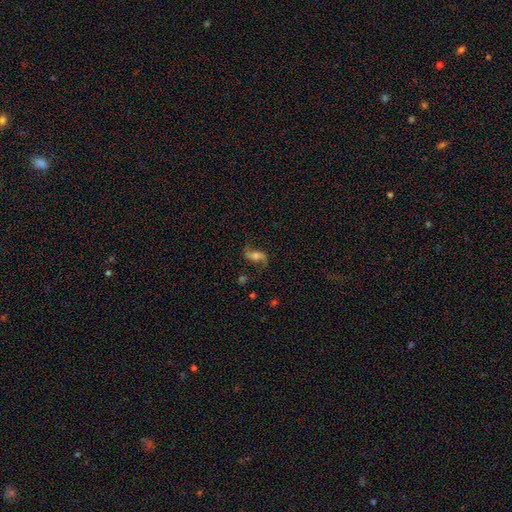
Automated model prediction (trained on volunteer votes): smooth-or-featured: featured or disk: 74% | smooth: 17% | star or artifact: 9%
  disk-edge-on: no: 94% | yes: 6%
    bar: no: 46% | weak: 34% | strong: 19%
    has-spiral-arms: yes: 94% | no: 6%
      spiral-winding: loose: 81% | medium: 15% | tight: 4%
      spiral-arm-count: 2: 92% | 1: 3% | can't tell: 2% | 3: 1% | 4: 1% | more than 4: 1%
    bulge-size: moderate: 46% | small: 28% | large: 14% | none: 9% | dominant: 3%
  merging: none: 75% | minor disturbance: 15% | major disturbance: 8% | merger: 2%